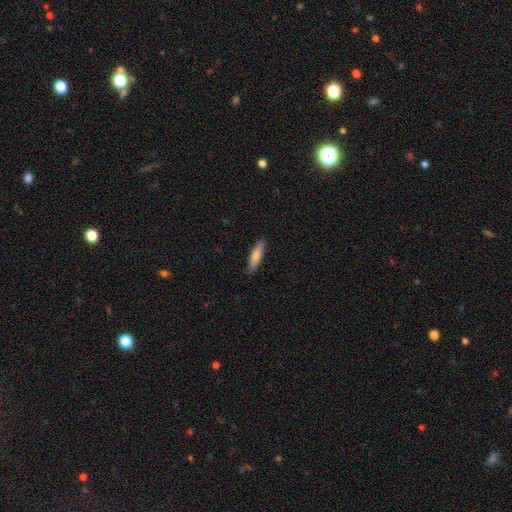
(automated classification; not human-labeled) smooth_or_featured: smooth (p=0.71) [alt: featured or disk p=0.24]
how_rounded: cigar-shaped (p=0.71) [alt: in between p=0.27]
merging: none (p=0.89) [alt: minor disturbance p=0.08]